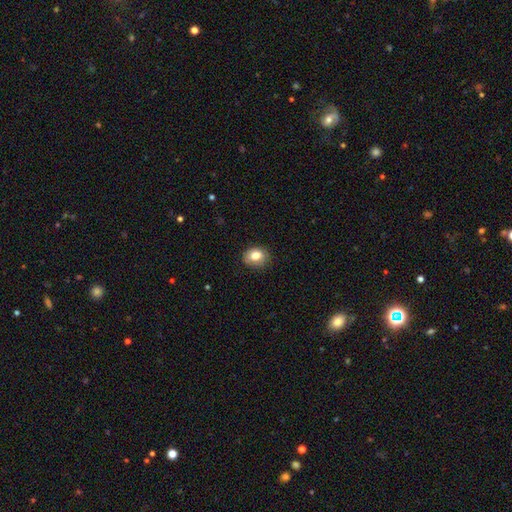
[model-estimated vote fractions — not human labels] Q: Smooth or featured?
A: smooth (81%); runner-up: featured or disk (10%)
Q: How rounded?
A: round (55%); runner-up: in between (44%)
Q: Merging?
A: none (81%); runner-up: minor disturbance (15%)